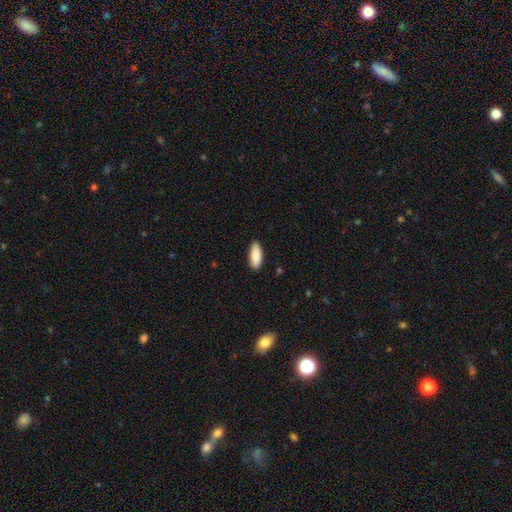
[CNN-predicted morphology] A smooth galaxy with no disk features (89%) that is in between round and cigar-shaped (79%).

Vote fractions:
- Smooth or featured? smooth: 89% / star or artifact: 6% / featured or disk: 5%
- How rounded? in between: 79% / cigar-shaped: 19% / round: 2%
- Merging? none: 87% / minor disturbance: 10% / major disturbance: 2% / merger: 1%